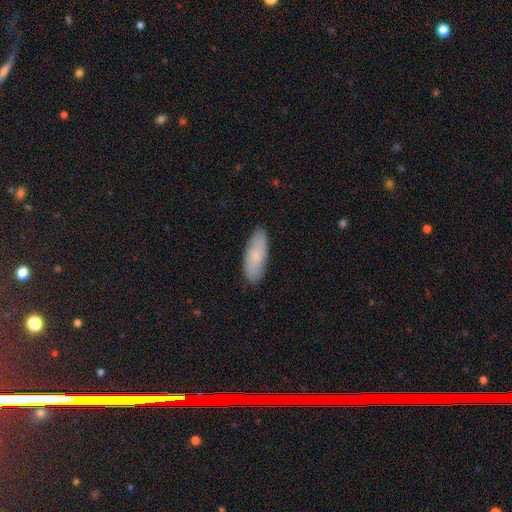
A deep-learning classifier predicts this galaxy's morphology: This is likely a smooth galaxy (77%). How rounded: likely in between (72%). Merging: clearly none (86%).